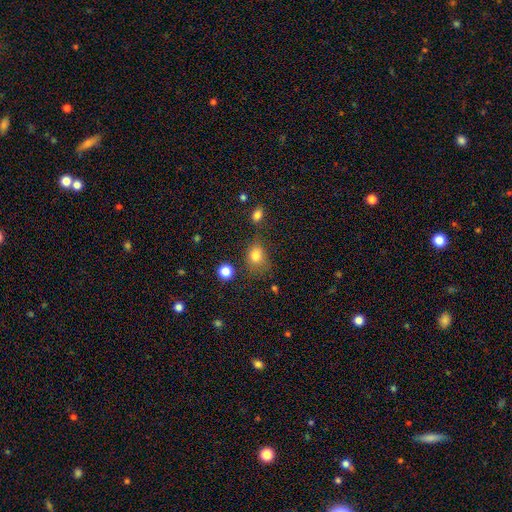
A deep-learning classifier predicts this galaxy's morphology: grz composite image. It shows a smooth galaxy with no disk features (79%) that is in between round and cigar-shaped (52%). Merging: none (57%).